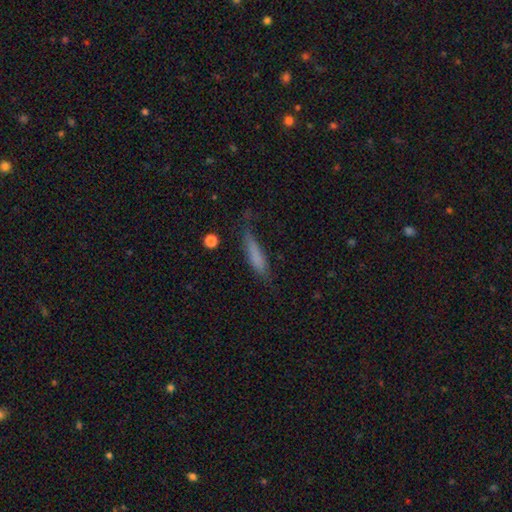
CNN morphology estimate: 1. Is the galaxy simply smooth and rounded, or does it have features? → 74% smooth, 18% featured or disk, 8% star or artifact.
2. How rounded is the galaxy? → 81% cigar-shaped, 17% in between, 2% round.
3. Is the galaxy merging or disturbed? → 59% none, 28% minor disturbance, 10% major disturbance, 3% merger.